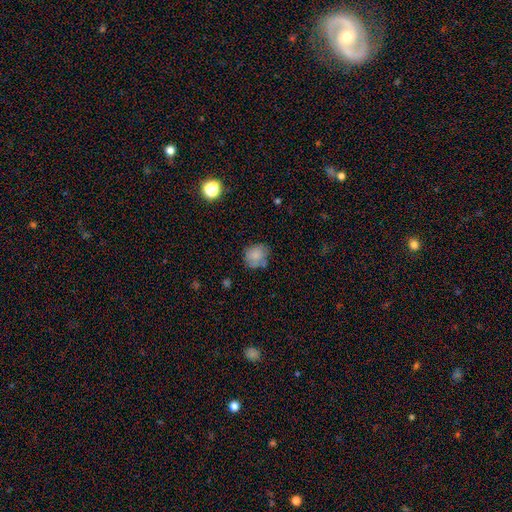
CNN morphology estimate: The model was most divided on "merging": none: 64%, minor disturbance: 23%, major disturbance: 7%, merger: 6%. More confident: smooth or featured — smooth (80%); how rounded — round (74%).